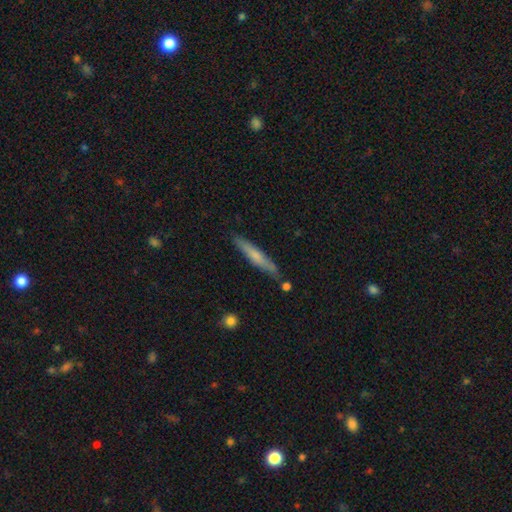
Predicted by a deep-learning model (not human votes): Smooth or featured? smooth (59%)
How rounded? cigar-shaped (93%)
Merging? none (79%)